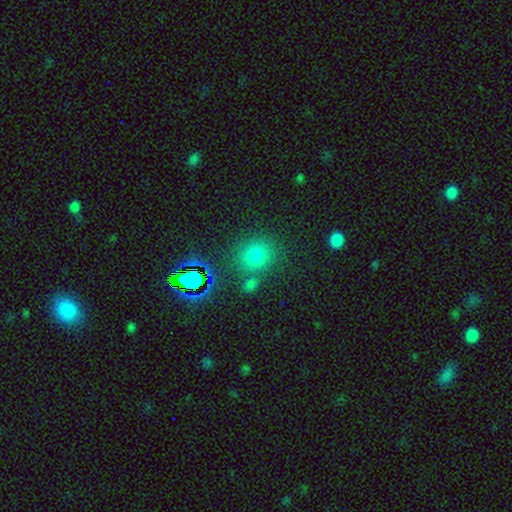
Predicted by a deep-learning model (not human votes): smooth_or_featured: smooth (p=0.70) [alt: star or artifact p=0.24]
how_rounded: round (p=0.81) [alt: in between p=0.18]
merging: none (p=0.74) [alt: merger p=0.11]